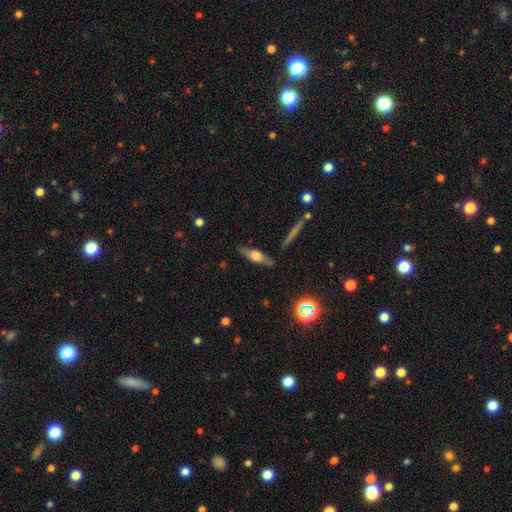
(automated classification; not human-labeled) Morphology: type=featured or disk (58%); edge-on=yes (92%); edge-on bulge=rounded (85%); merging=none (84%).